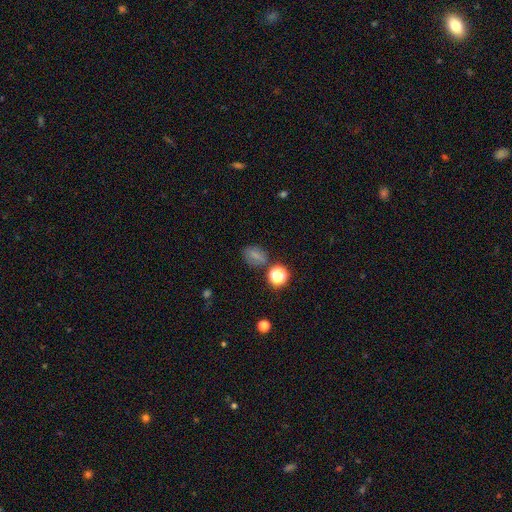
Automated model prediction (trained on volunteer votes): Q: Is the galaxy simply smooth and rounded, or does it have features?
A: smooth — 65%.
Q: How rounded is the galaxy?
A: in between — 59%.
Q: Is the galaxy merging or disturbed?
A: none — 73%.